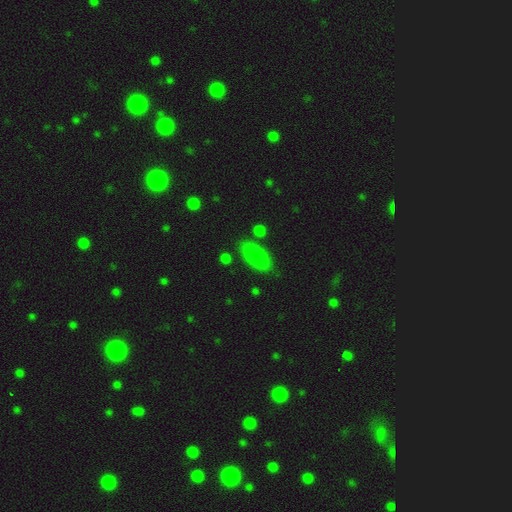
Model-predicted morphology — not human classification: The model was most divided on "merging": none: 81%, minor disturbance: 13%, major disturbance: 3%, merger: 3%. More confident: smooth or featured — smooth (87%); how rounded — in between (85%).